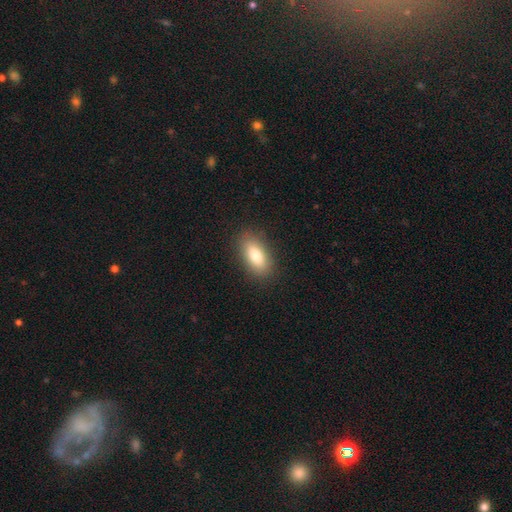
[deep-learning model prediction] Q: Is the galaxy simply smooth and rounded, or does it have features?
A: smooth — 82%.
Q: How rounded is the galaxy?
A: in between — 85%.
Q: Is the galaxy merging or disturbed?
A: none — 88%.